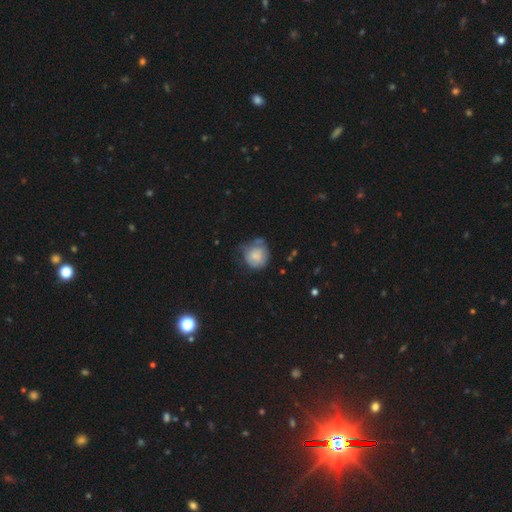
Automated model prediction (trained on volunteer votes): smooth 64%, featured or disk 28%, star or artifact 8%. Down the decision tree: how rounded — round (80%); merging — none (43%).